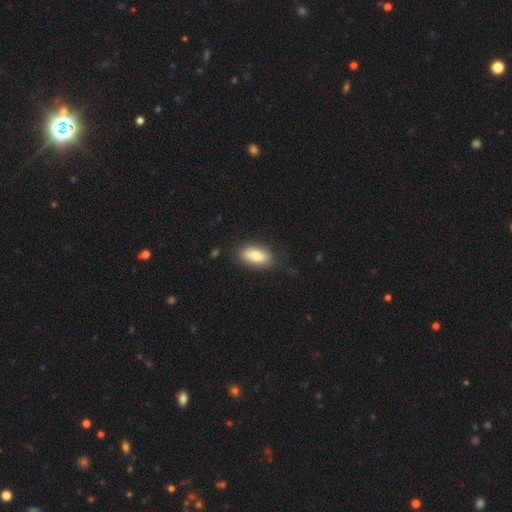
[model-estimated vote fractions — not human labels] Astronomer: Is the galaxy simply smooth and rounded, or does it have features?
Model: smooth — 80%.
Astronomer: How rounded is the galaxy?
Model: in between — 89%.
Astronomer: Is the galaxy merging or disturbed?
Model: none — 78%.